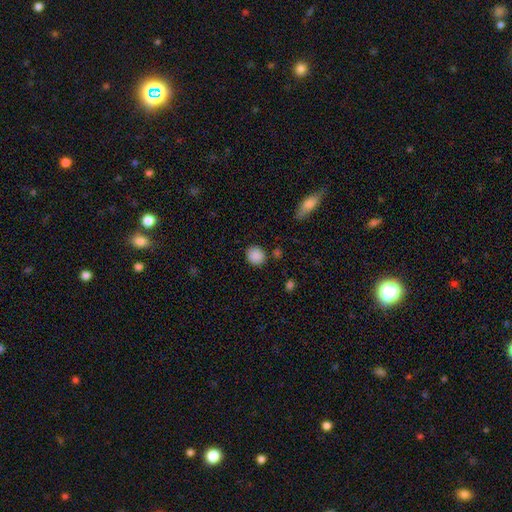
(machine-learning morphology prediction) smooth-or-featured: smooth: 88% | star or artifact: 9% | featured or disk: 3%
  how-rounded: round: 80% | in between: 19% | cigar-shaped: 1%
  merging: none: 84% | minor disturbance: 10% | merger: 3% | major disturbance: 3%